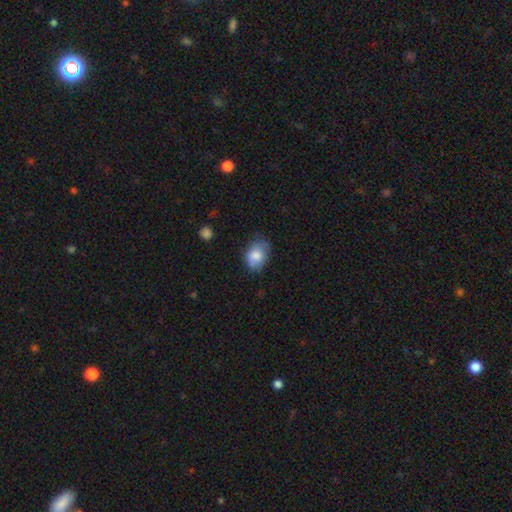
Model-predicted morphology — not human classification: Overall: smooth (81%). How rounded: in between (70%). Merging: none (57%; minor disturbance 33%).